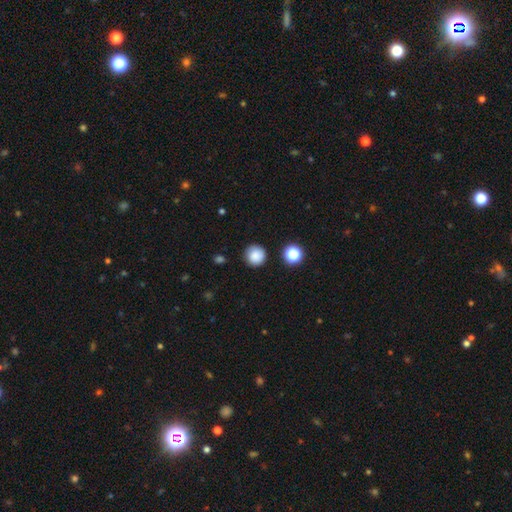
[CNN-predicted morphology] Smooth or featured: smooth — 85% (star or artifact — 11%)
How rounded: round — 95% (in between — 4%)
Merging: none — 88% (minor disturbance — 8%)